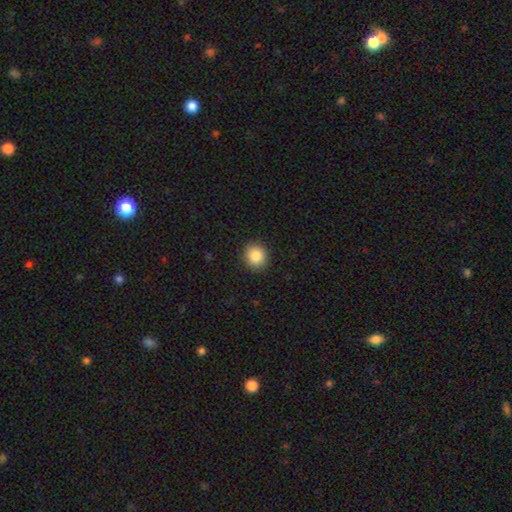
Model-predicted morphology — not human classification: smooth-or-featured: smooth: 85% | star or artifact: 9% | featured or disk: 6%
  how-rounded: round: 86% | in between: 13% | cigar-shaped: 1%
  merging: none: 91% | minor disturbance: 6% | major disturbance: 2% | merger: 1%